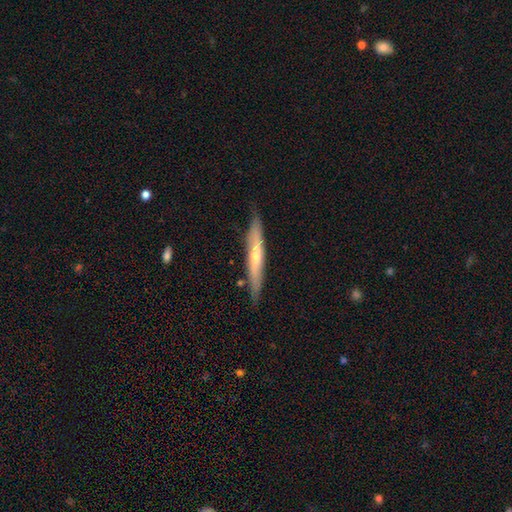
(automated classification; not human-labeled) Q: Smooth or featured?
A: featured or disk (54%); runner-up: smooth (40%)
Q: Edge-on disk?
A: yes (88%); runner-up: no (12%)
Q: Merging?
A: none (83%); runner-up: minor disturbance (13%)